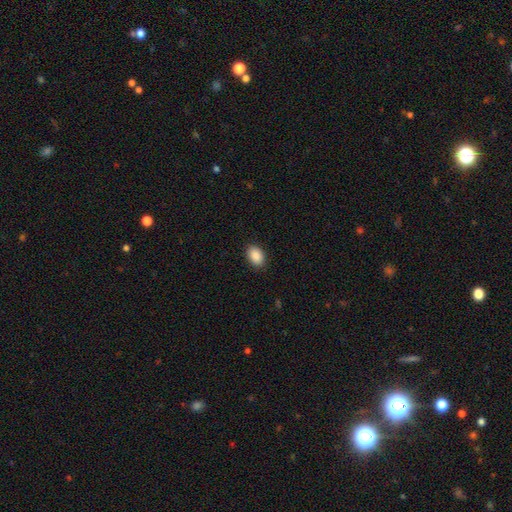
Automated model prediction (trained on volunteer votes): A smooth galaxy with no disk features (90%) that is in between round and cigar-shaped (83%).

Vote fractions:
- Smooth or featured? smooth: 90% / star or artifact: 7% / featured or disk: 3%
- How rounded? in between: 83% / round: 16% / cigar-shaped: 1%
- Merging? none: 89% / minor disturbance: 8% / major disturbance: 2% / merger: 1%